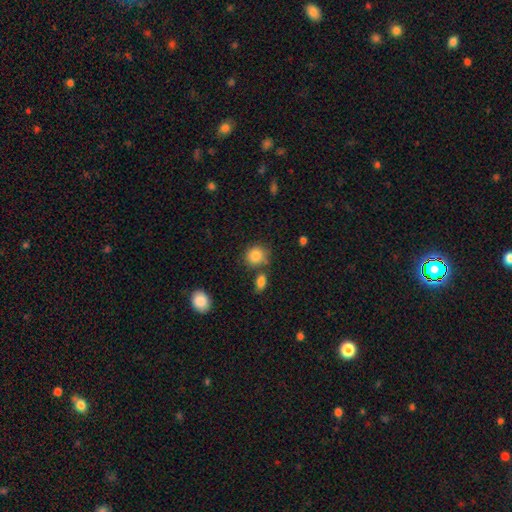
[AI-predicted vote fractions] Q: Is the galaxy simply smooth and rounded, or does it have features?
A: smooth — 85%.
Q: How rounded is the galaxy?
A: round — 79%.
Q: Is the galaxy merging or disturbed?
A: none — 65%.